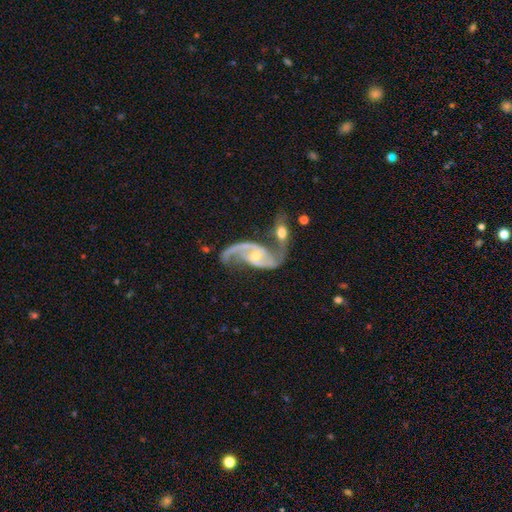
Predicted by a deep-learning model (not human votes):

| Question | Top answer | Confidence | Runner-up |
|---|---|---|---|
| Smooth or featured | featured or disk | 91% | star or artifact (5%) |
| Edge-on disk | no | 97% | yes (3%) |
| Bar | weak | 42% | no (41%) |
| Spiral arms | yes | 97% | no (3%) |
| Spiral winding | loose | 49% | medium (41%) |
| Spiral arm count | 2 | 91% | 1 (3%) |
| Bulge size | small | 58% | moderate (35%) |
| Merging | merger | 45% | none (30%) |